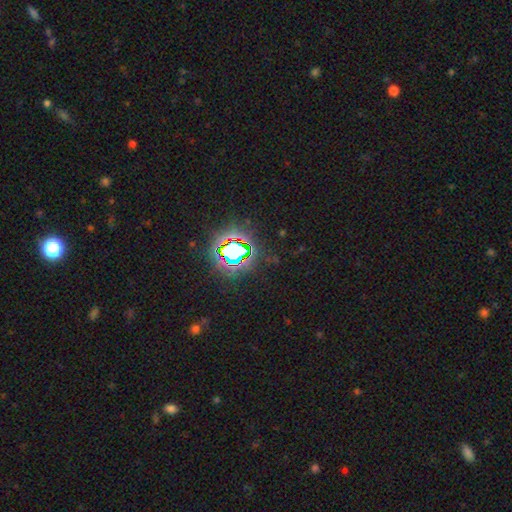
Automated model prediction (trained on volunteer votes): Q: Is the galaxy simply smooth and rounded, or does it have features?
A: star or artifact — 83%.